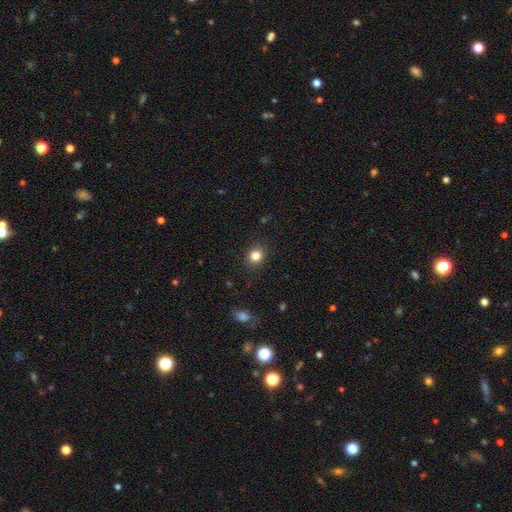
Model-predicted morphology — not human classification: A smooth galaxy with no disk features (83%) that is round (72%).

Vote fractions:
- Smooth or featured? smooth: 83% / star or artifact: 12% / featured or disk: 6%
- How rounded? round: 72% / in between: 27% / cigar-shaped: 1%
- Merging? none: 89% / minor disturbance: 8% / major disturbance: 2% / merger: 1%